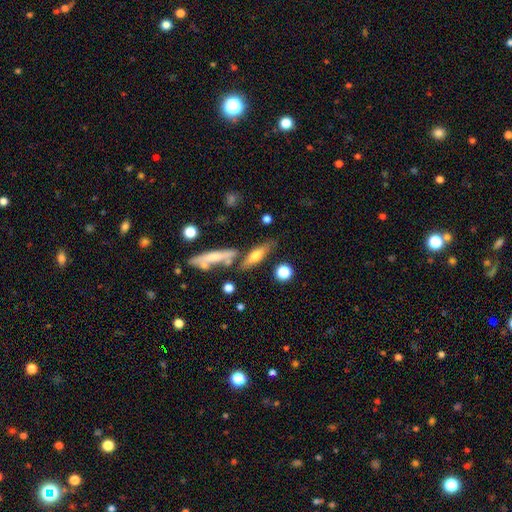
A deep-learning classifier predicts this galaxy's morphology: Smooth or featured?
  - smooth: 55% *
  - featured or disk: 37%
  - star or artifact: 8%
How rounded?
  - cigar-shaped: 60% *
  - in between: 36%
  - round: 3%
Merging?
  - none: 64% *
  - merger: 16%
  - minor disturbance: 15%
  - major disturbance: 5%